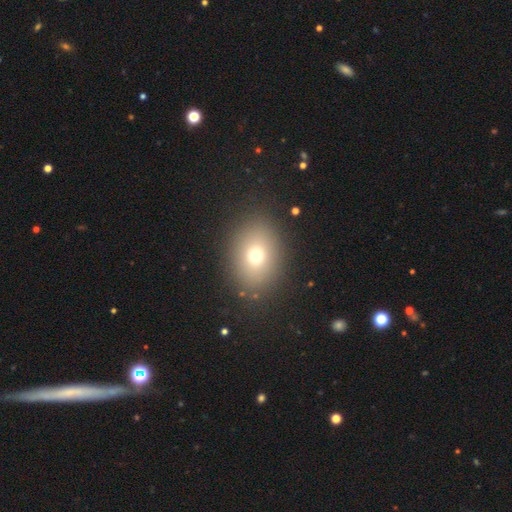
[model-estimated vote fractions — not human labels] Smooth or featured: smooth — 72% (star or artifact — 15%)
How rounded: in between — 63% (round — 35%)
Merging: none — 86% (minor disturbance — 8%)